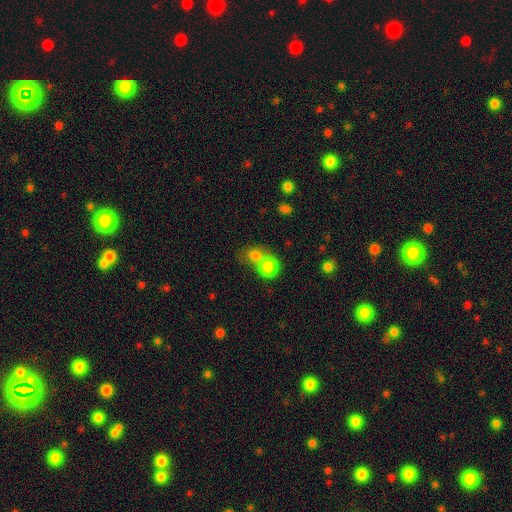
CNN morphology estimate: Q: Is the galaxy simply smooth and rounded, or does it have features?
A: smooth — 80%.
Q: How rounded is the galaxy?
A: round — 77%.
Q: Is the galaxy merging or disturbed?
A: merger — 52%.